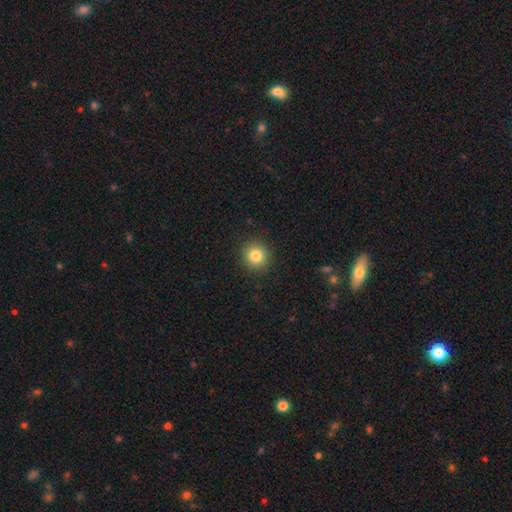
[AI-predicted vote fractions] A smooth galaxy with no disk features (83%) that is round (93%).

Vote fractions:
- Smooth or featured? smooth: 83% / star or artifact: 11% / featured or disk: 6%
- How rounded? round: 93% / in between: 7% / cigar-shaped: 1%
- Merging? none: 91% / minor disturbance: 6% / major disturbance: 2% / merger: 1%